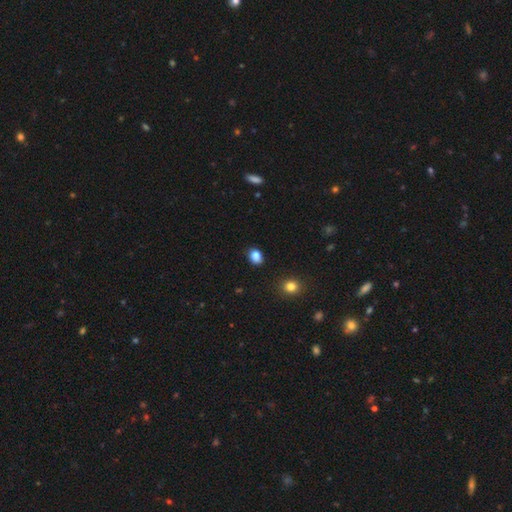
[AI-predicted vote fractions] A smooth galaxy with no disk features (85%) that is in between round and cigar-shaped (57%). Merging: none (82%).